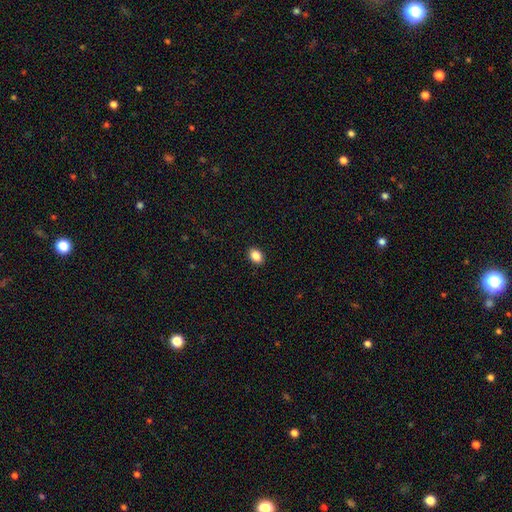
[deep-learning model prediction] Smooth or featured? smooth (87%)
How rounded? in between (78%)
Merging? none (91%)